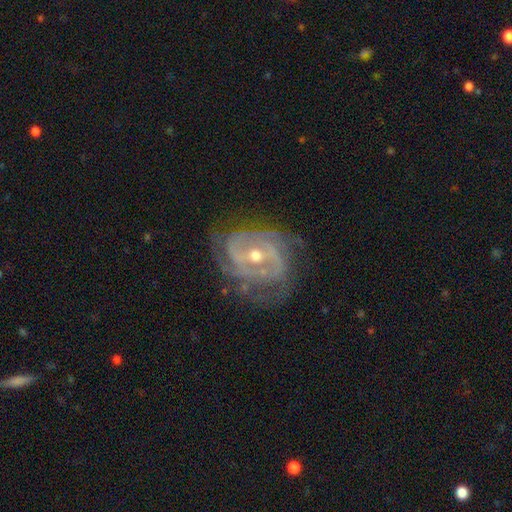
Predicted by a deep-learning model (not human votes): Smooth or featured: featured or disk — 89% (smooth — 6%)
Edge-on disk: no — 97% (yes — 3%)
Bar: no — 45% (weak — 36%)
Spiral arms: yes — 94% (no — 6%)
Spiral winding: tight — 59% (medium — 33%)
Spiral arm count: 2 — 32% (3 — 25%)
Bulge size: moderate — 59% (small — 38%)
Merging: none — 65% (minor disturbance — 22%)